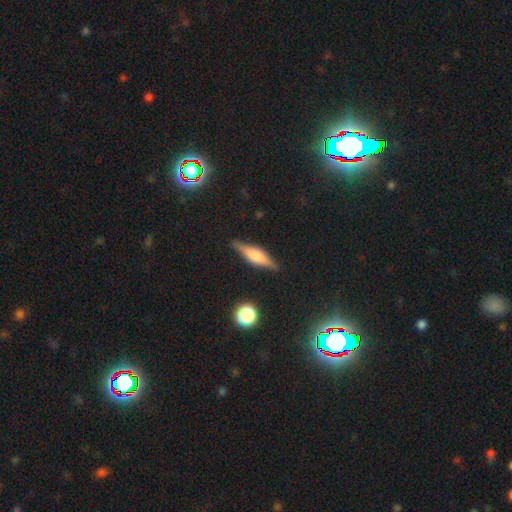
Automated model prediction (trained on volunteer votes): Smooth or featured: featured or disk — 61% (smooth — 31%)
Edge-on disk: yes — 95% (no — 5%)
Edge-on bulge: rounded — 65% (boxy — 29%)
Merging: none — 85% (minor disturbance — 11%)